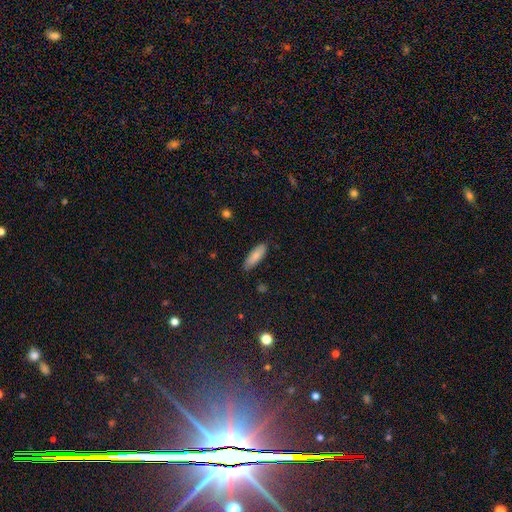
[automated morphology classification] The model was most divided on "how rounded": in between: 62%, cigar-shaped: 36%, round: 2%. More confident: merging — none (85%); smooth or featured — smooth (84%).